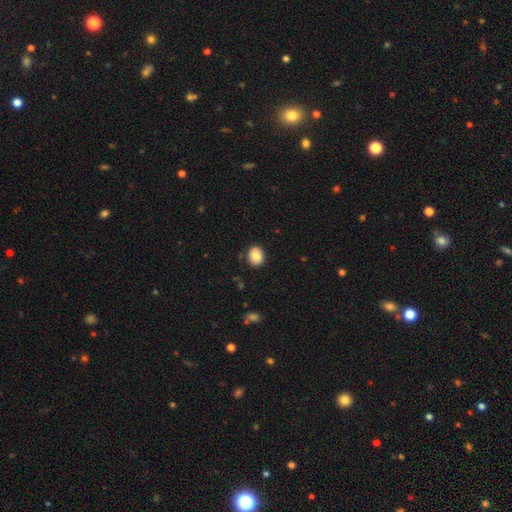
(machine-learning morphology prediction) Smooth or featured?
  - smooth: 79% *
  - featured or disk: 12%
  - star or artifact: 9%
How rounded?
  - round: 61% *
  - in between: 38%
  - cigar-shaped: 1%
Merging?
  - none: 81% *
  - minor disturbance: 13%
  - major disturbance: 3%
  - merger: 2%